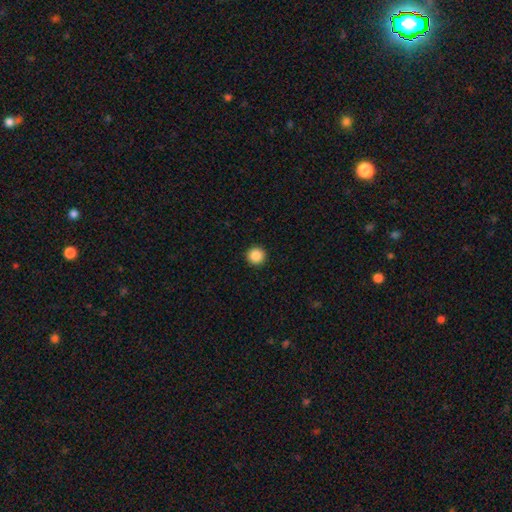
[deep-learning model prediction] Smooth or featured: smooth — 88% (star or artifact — 9%)
How rounded: round — 96% (in between — 3%)
Merging: none — 94% (minor disturbance — 4%)